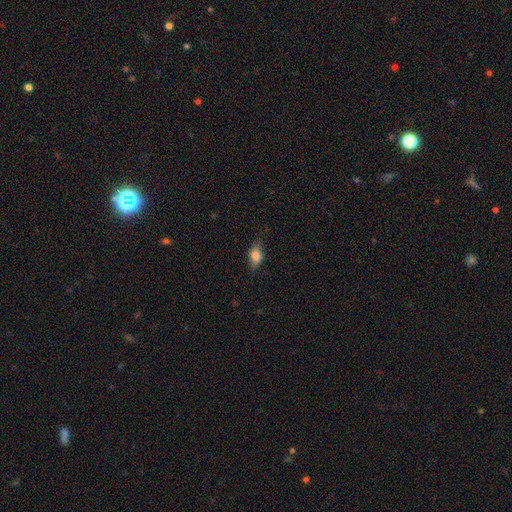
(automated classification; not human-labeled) Smooth or featured? Predicted: smooth (p=0.80). How rounded? Predicted: in between (p=0.84). Merging? Predicted: none (p=0.75).